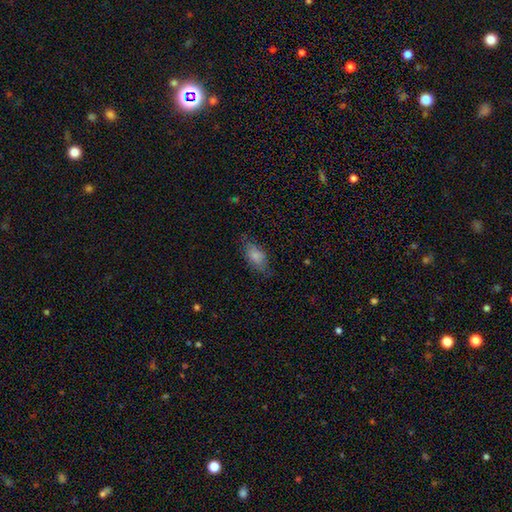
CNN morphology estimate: Smooth or featured?
  - smooth: 79% *
  - featured or disk: 13%
  - star or artifact: 8%
How rounded?
  - in between: 88% *
  - cigar-shaped: 9%
  - round: 3%
Merging?
  - none: 69% *
  - minor disturbance: 23%
  - major disturbance: 7%
  - merger: 1%